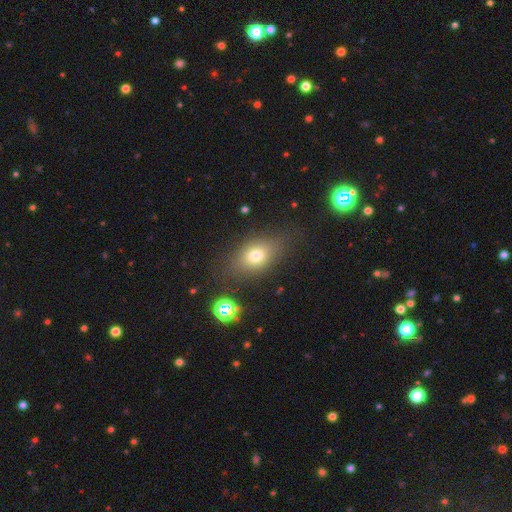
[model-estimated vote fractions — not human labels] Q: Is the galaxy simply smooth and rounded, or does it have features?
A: smooth — 72%.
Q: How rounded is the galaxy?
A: in between — 75%.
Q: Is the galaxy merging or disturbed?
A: none — 73%.